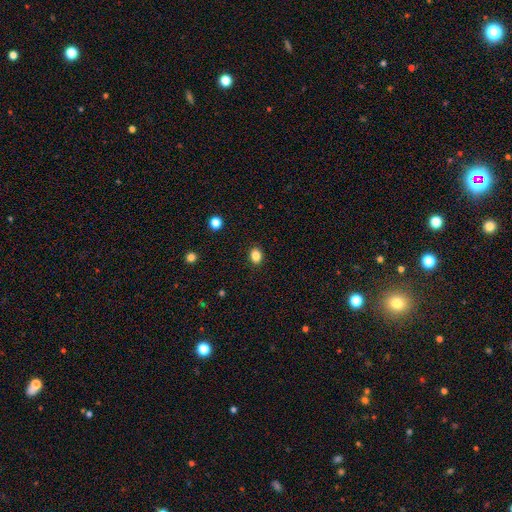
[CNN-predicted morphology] This appears to be a smooth galaxy with no disk features (85%) that is in between round and cigar-shaped (58%). Merging: none (89%).